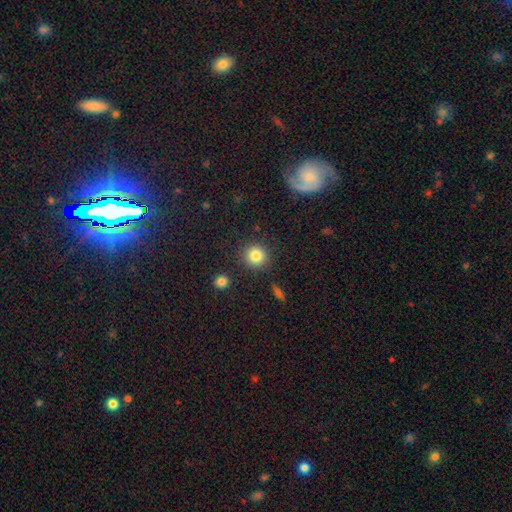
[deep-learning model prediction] smooth 83%, star or artifact 10%, featured or disk 7%. Down the decision tree: how rounded — round (91%); merging — none (88%).